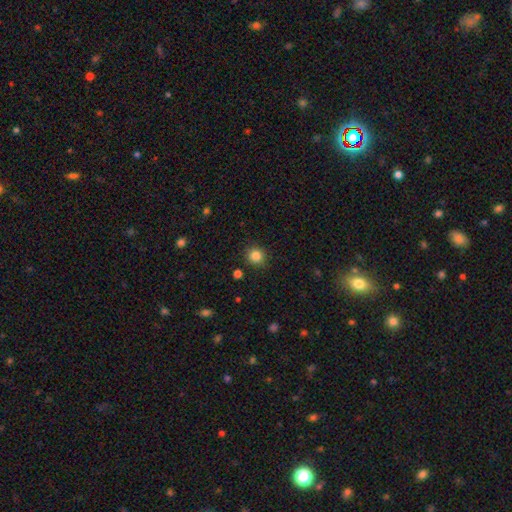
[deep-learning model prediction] A smooth galaxy with no disk features (84%) that is round (91%).

Vote fractions:
- Smooth or featured? smooth: 84% / star or artifact: 11% / featured or disk: 4%
- How rounded? round: 91% / in between: 8% / cigar-shaped: 1%
- Merging? none: 89% / minor disturbance: 7% / major disturbance: 2% / merger: 2%